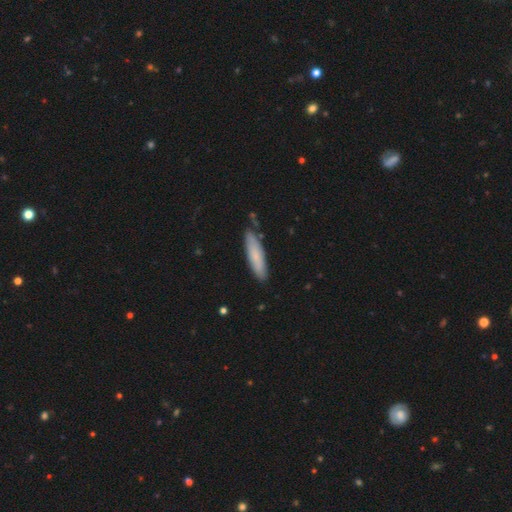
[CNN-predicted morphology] This appears to be a smooth galaxy with no disk features (78%) that is cigar-shaped (76%). Merging: none (79%).